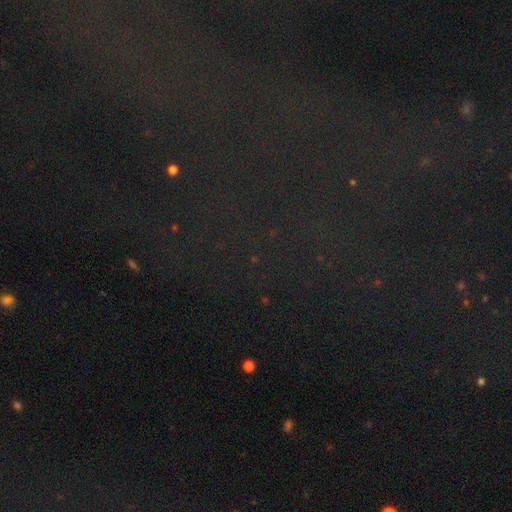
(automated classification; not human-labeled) smooth_or_featured: star or artifact (p=0.80) [alt: smooth p=0.11]